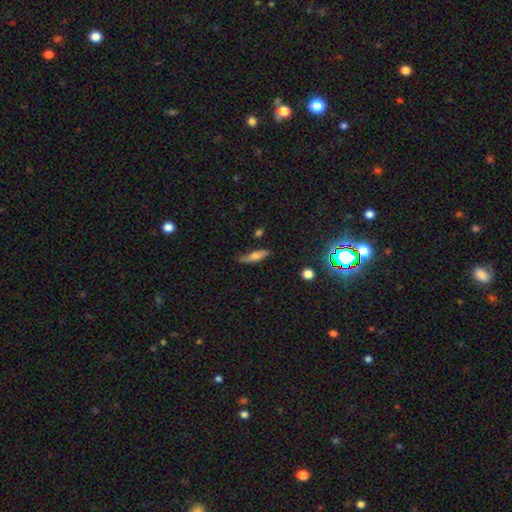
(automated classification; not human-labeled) The model was most divided on "how rounded": cigar-shaped: 58%, in between: 39%, round: 3%. More confident: smooth or featured — smooth (65%); merging — none (63%).